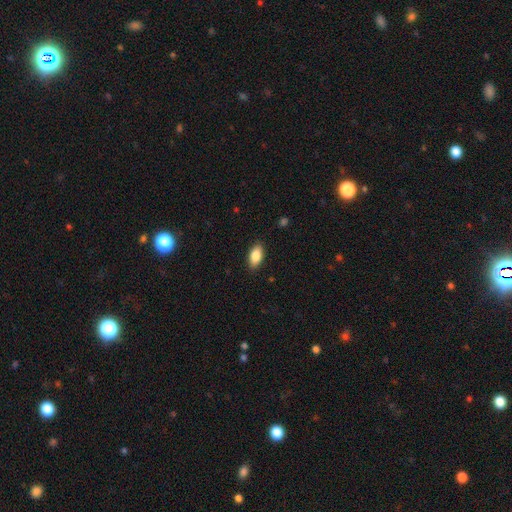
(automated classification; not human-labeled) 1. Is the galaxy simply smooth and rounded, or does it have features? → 86% smooth, 7% featured or disk, 7% star or artifact.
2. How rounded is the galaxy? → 92% in between, 5% cigar-shaped, 3% round.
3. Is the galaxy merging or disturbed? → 88% none, 9% minor disturbance, 2% major disturbance, 1% merger.